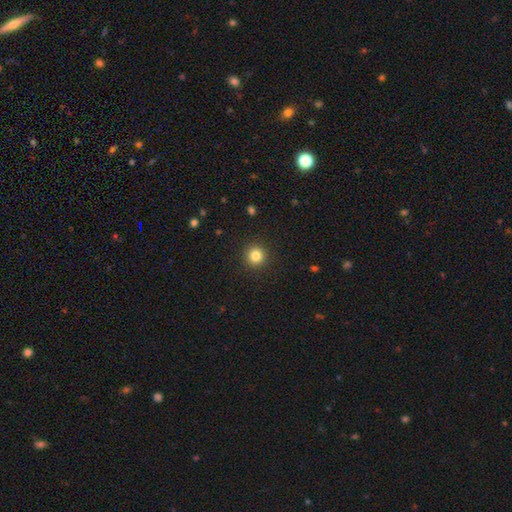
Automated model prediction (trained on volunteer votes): Overall: smooth (83%). How rounded: round (95%). Merging: none (92%).